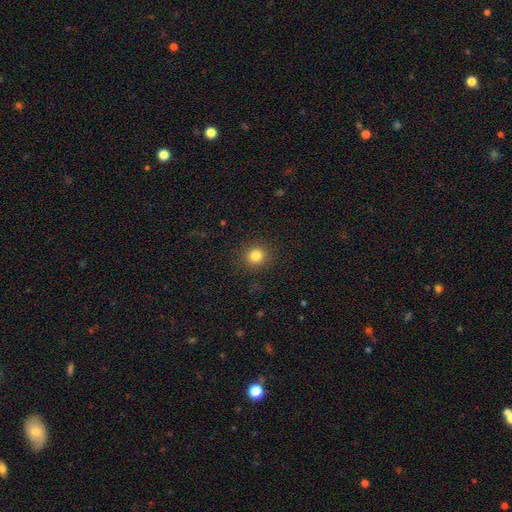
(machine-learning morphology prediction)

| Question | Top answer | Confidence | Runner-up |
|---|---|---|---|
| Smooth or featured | smooth | 82% | star or artifact (12%) |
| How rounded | round | 89% | in between (10%) |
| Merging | none | 90% | minor disturbance (6%) |